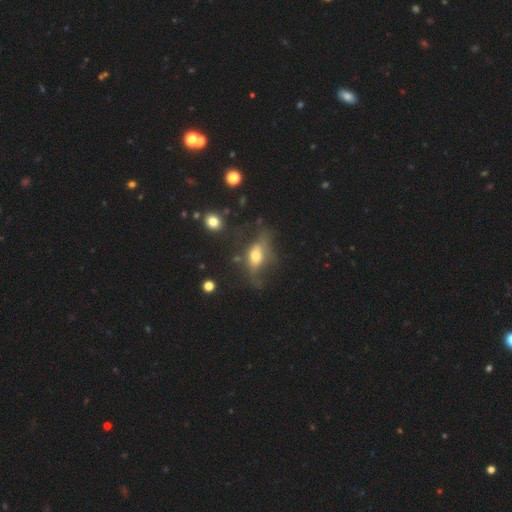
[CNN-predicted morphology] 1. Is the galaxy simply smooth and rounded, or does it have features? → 46% smooth, 43% featured or disk, 11% star or artifact.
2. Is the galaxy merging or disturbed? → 45% none, 25% major disturbance, 25% minor disturbance, 5% merger.